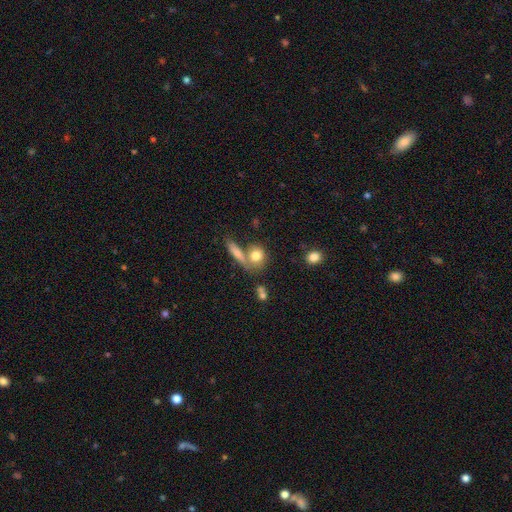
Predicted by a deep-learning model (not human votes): Morphology: type=smooth (77%); roundness=round (61%); merging=none (53%).